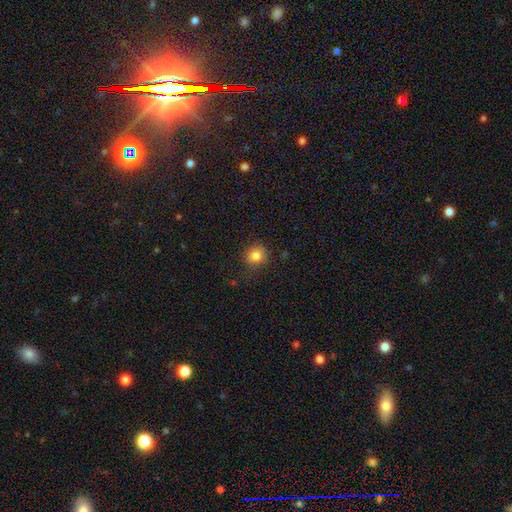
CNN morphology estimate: smooth 84%, star or artifact 10%, featured or disk 6%. Down the decision tree: how rounded — round (85%); merging — none (78%).